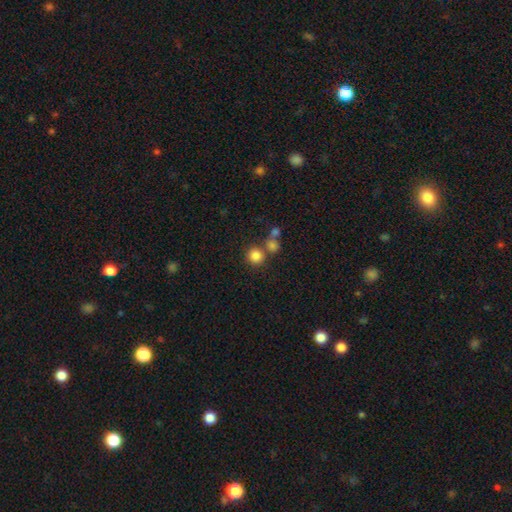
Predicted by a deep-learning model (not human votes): smooth_or_featured: smooth (p=0.83) [alt: star or artifact p=0.12]
how_rounded: round (p=0.92) [alt: in between p=0.07]
merging: none (p=0.70) [alt: merger p=0.19]